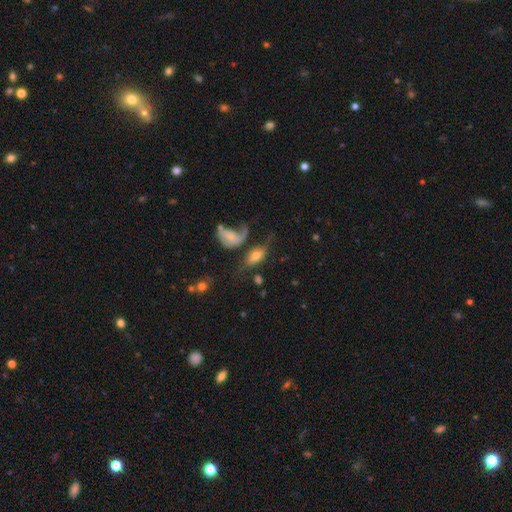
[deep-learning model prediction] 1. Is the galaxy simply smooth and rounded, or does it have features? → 54% smooth, 37% featured or disk, 9% star or artifact.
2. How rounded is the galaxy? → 85% in between, 8% round, 7% cigar-shaped.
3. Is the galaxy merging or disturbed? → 33% none, 26% major disturbance, 23% merger, 18% minor disturbance.